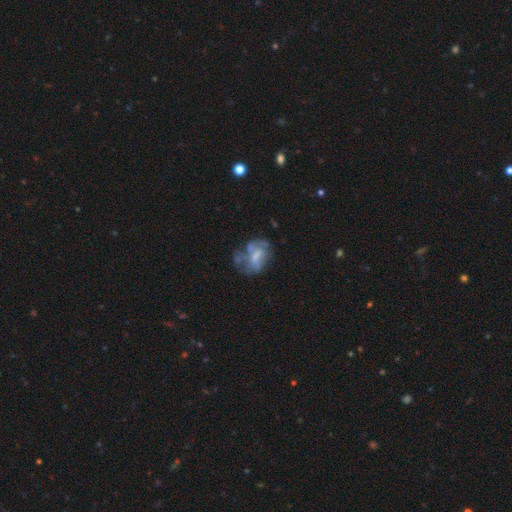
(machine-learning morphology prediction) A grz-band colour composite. It shows a featured or disk galaxy (51%) with no bar (65%), no spiral arms (71%) and no central bulge (36%). Merging: none (38%).